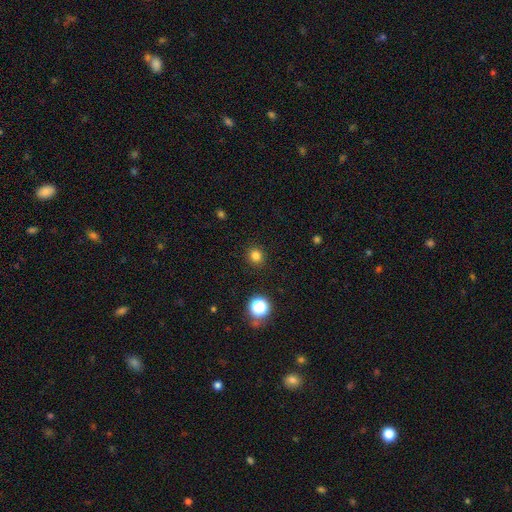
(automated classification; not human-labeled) Smooth or featured? smooth (81%)
How rounded? round (89%)
Merging? none (91%)